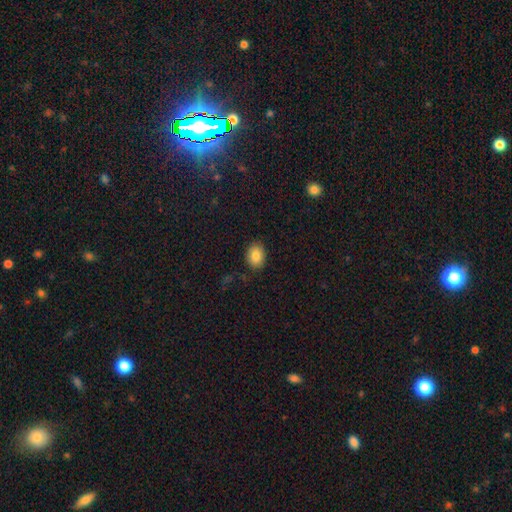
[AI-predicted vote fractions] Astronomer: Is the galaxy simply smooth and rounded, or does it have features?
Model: smooth — 85%.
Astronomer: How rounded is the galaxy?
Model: in between — 66%.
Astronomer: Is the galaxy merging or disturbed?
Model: none — 86%.